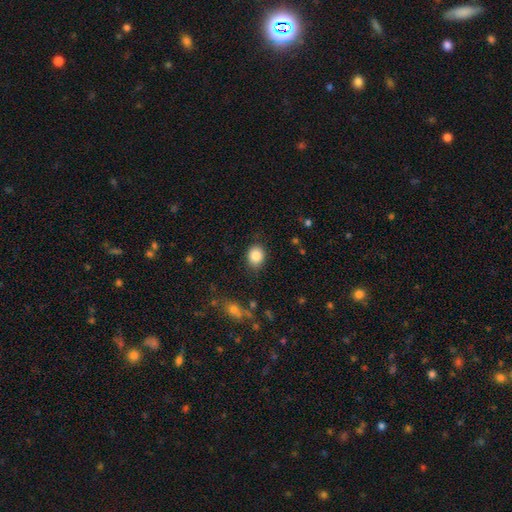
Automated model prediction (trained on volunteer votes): Smooth or featured? smooth (85%)
How rounded? round (63%)
Merging? none (85%)